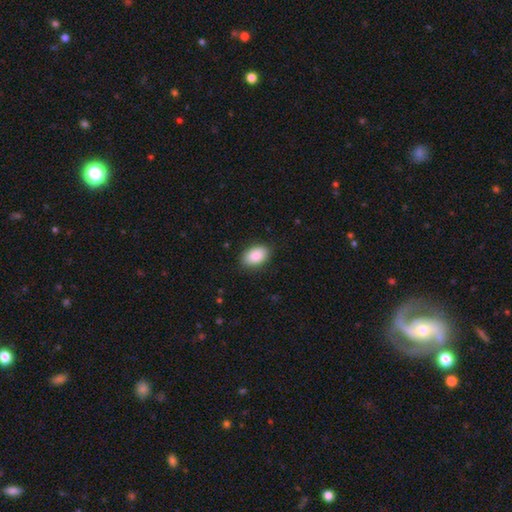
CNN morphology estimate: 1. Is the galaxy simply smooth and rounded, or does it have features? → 88% smooth, 7% star or artifact, 5% featured or disk.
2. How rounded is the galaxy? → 90% in between, 9% round, 1% cigar-shaped.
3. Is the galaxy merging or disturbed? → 87% none, 10% minor disturbance, 2% major disturbance, 1% merger.